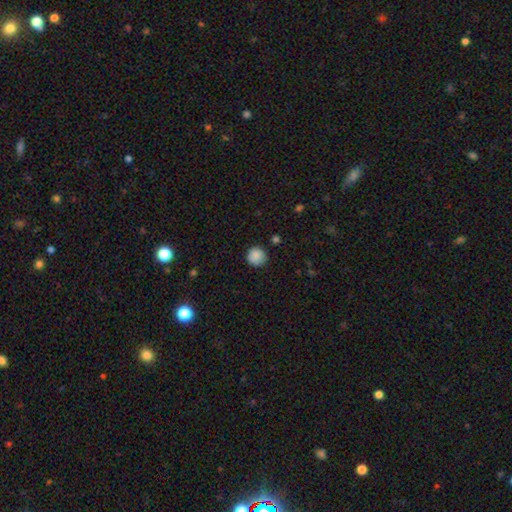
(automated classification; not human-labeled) smooth_or_featured: smooth (p=0.87) [alt: star or artifact p=0.09]
how_rounded: round (p=0.94) [alt: in between p=0.05]
merging: none (p=0.85) [alt: minor disturbance p=0.11]